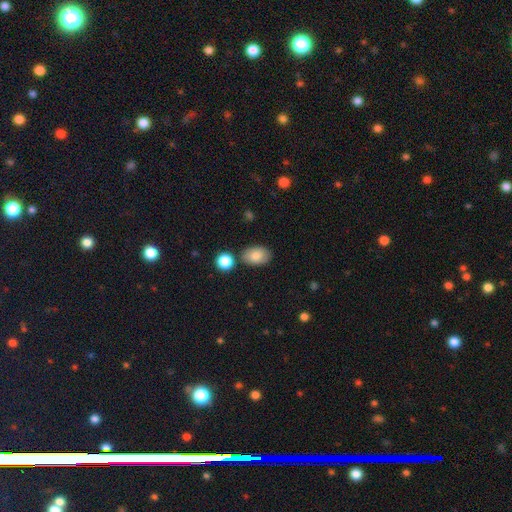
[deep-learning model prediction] Smooth or featured? smooth (85%)
How rounded? in between (88%)
Merging? none (78%)